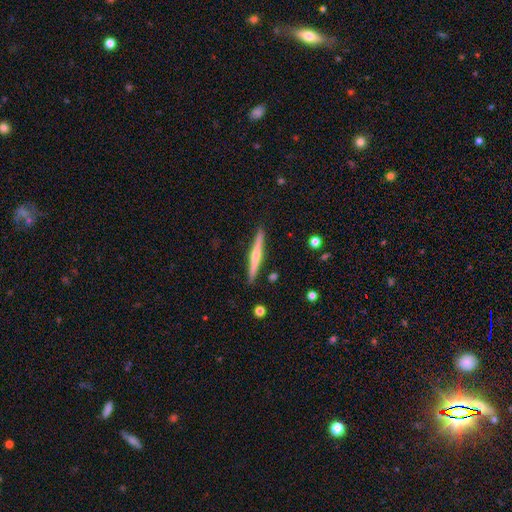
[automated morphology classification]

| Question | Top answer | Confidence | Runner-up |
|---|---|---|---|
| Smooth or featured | featured or disk | 65% | smooth (29%) |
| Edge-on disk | yes | 98% | no (2%) |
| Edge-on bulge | rounded | 81% | none (15%) |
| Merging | none | 91% | minor disturbance (7%) |